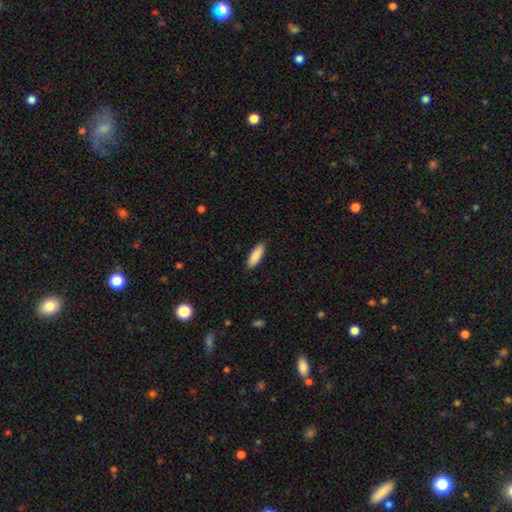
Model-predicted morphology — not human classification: Q: Smooth or featured?
A: smooth (90%); runner-up: star or artifact (6%)
Q: How rounded?
A: in between (58%); runner-up: cigar-shaped (40%)
Q: Merging?
A: none (89%); runner-up: minor disturbance (8%)